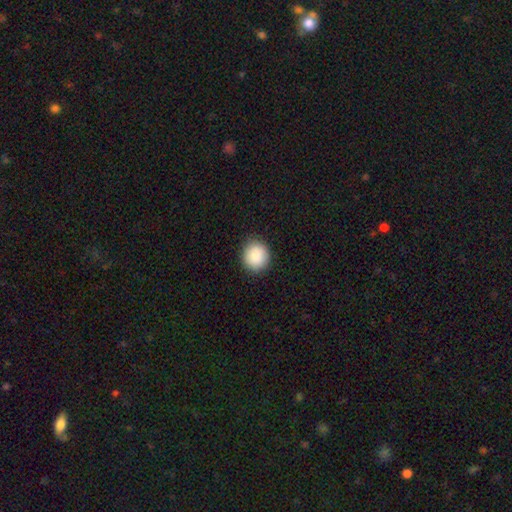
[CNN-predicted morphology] type=smooth (89%); roundness=round (85%); merging=none (89%).